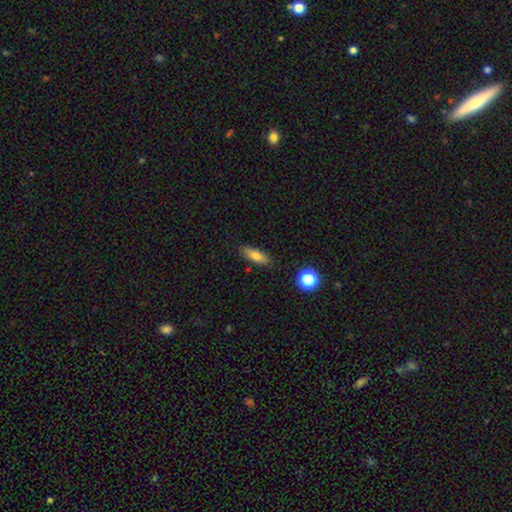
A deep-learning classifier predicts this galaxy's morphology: smooth_or_featured: smooth (p=0.75) [alt: featured or disk p=0.16]
how_rounded: in between (p=0.56) [alt: cigar-shaped p=0.40]
merging: none (p=0.84) [alt: minor disturbance p=0.11]